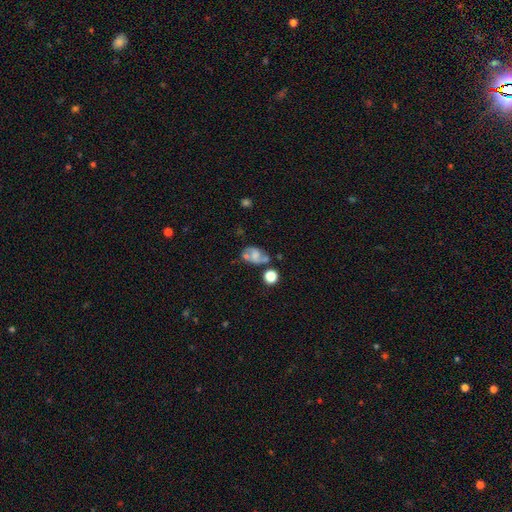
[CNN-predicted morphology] A featured or disk galaxy (53%) with no bar (61%), spiral arms (71%) and a small central bulge (32%). Merging: none (43%).